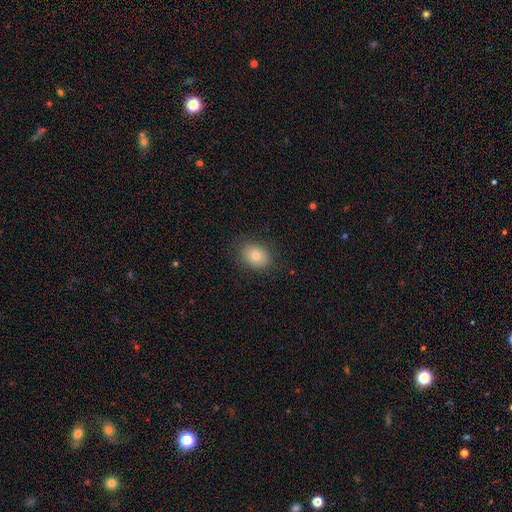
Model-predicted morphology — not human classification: Smooth or featured?
  - smooth: 77% *
  - featured or disk: 13%
  - star or artifact: 10%
How rounded?
  - in between: 61% *
  - round: 38%
  - cigar-shaped: 1%
Merging?
  - none: 85% *
  - minor disturbance: 11%
  - major disturbance: 3%
  - merger: 1%